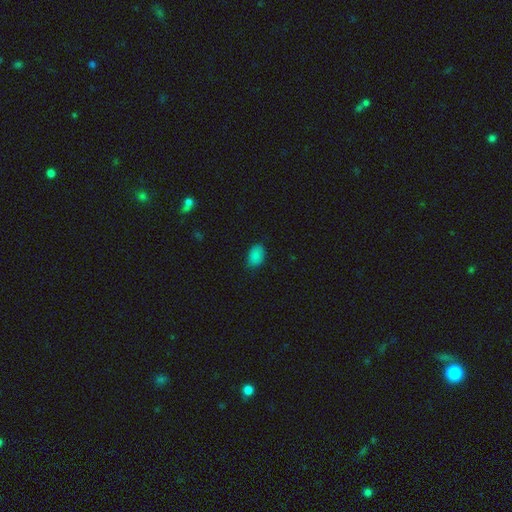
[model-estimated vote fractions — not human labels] A smooth galaxy with no disk features (87%) that is in between round and cigar-shaped (89%).

Vote fractions:
- Smooth or featured? smooth: 87% / star or artifact: 9% / featured or disk: 4%
- How rounded? in between: 89% / round: 10% / cigar-shaped: 1%
- Merging? none: 79% / minor disturbance: 17% / major disturbance: 3% / merger: 1%